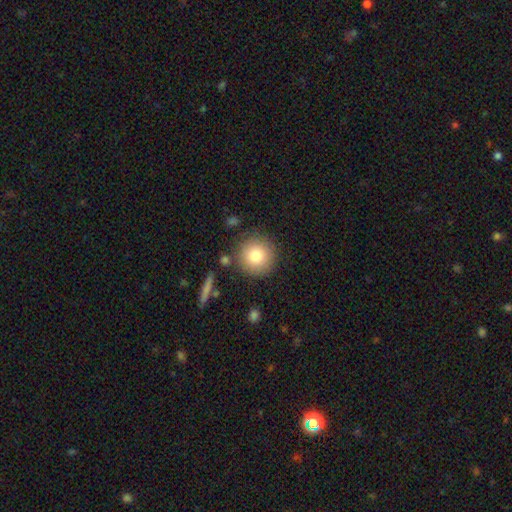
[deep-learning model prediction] Smooth or featured? Predicted: smooth (p=0.82). How rounded? Predicted: round (p=0.95). Merging? Predicted: none (p=0.84).